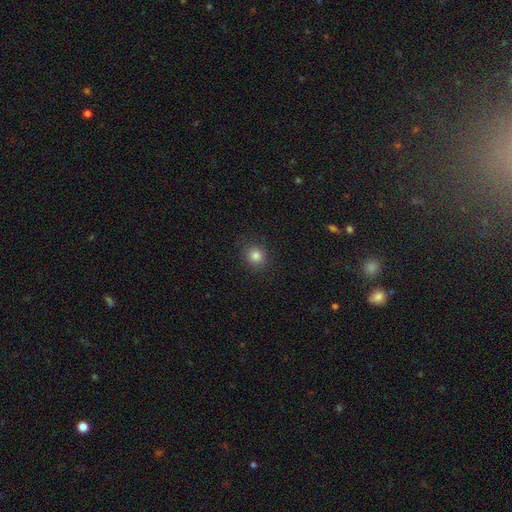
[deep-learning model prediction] Morphology: type=smooth (83%); roundness=round (85%); merging=none (89%).